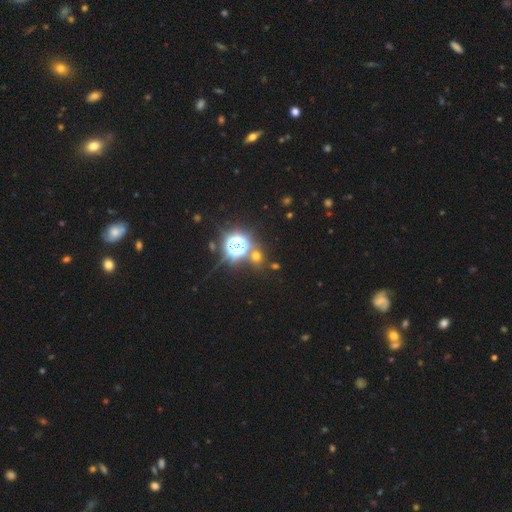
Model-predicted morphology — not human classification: smooth-or-featured: star or artifact: 48% | smooth: 45% | featured or disk: 8%